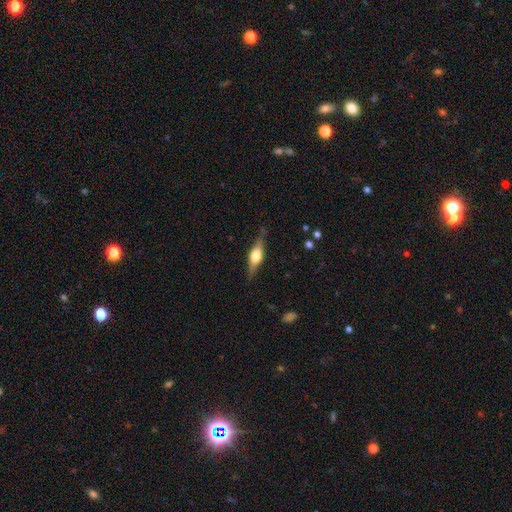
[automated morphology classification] Q: Smooth or featured?
A: featured or disk (66%); runner-up: smooth (28%)
Q: Edge-on disk?
A: yes (95%); runner-up: no (5%)
Q: Edge-on bulge?
A: rounded (92%); runner-up: boxy (7%)
Q: Merging?
A: none (83%); runner-up: minor disturbance (12%)